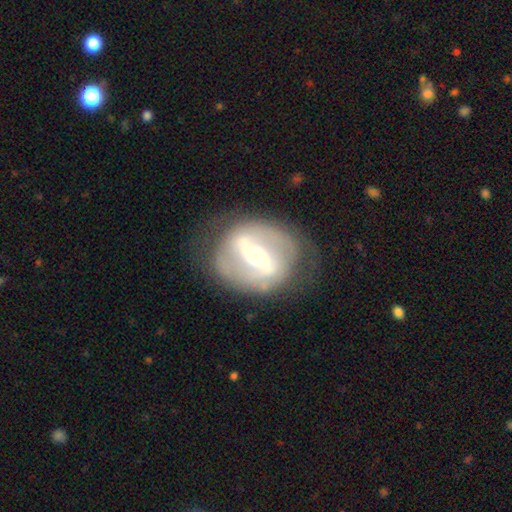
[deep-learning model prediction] Smooth or featured? featured or disk (80%)
Edge-on disk? no (95%)
Bar? strong (52%)
Spiral arms? yes (78%)
Spiral winding? medium (43%)
Spiral arm count? 2 (81%)
Bulge size? moderate (53%)
Merging? none (71%)